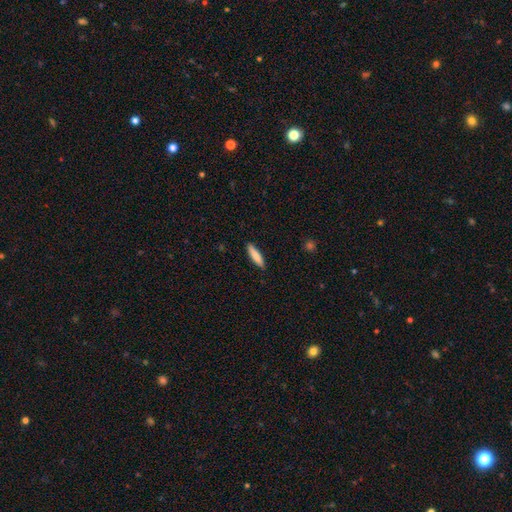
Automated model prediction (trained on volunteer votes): This appears to be a smooth galaxy with no disk features (82%) that is cigar-shaped (82%). Merging: none (89%).